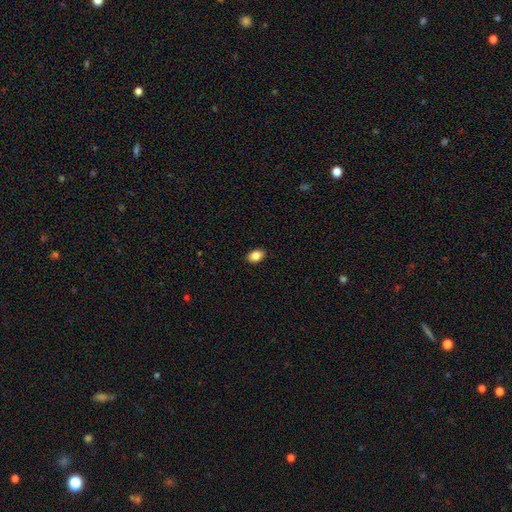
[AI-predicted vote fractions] smooth_or_featured: smooth (p=0.86) [alt: star or artifact p=0.08]
how_rounded: in between (p=0.85) [alt: round p=0.14]
merging: none (p=0.90) [alt: minor disturbance p=0.08]